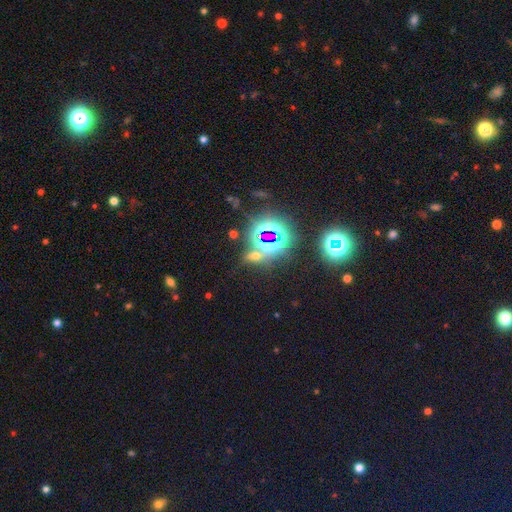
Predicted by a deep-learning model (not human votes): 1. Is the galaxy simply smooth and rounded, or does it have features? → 66% star or artifact, 24% smooth, 10% featured or disk.